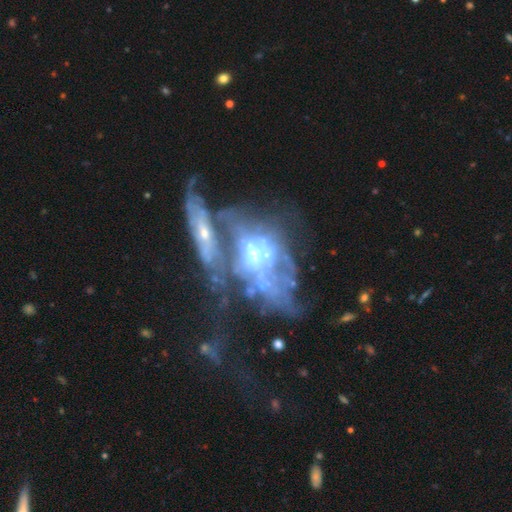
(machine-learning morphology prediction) type=featured or disk (67%); edge-on=no (92%); bar=no (81%); spiral arms=no (76%); bulge=moderate (51%); merging=merger (60%).